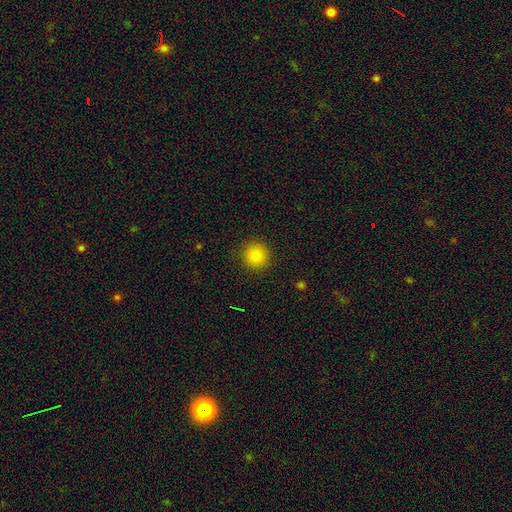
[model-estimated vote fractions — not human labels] smooth 82%, star or artifact 12%, featured or disk 6%. Down the decision tree: how rounded — round (94%); merging — none (91%).